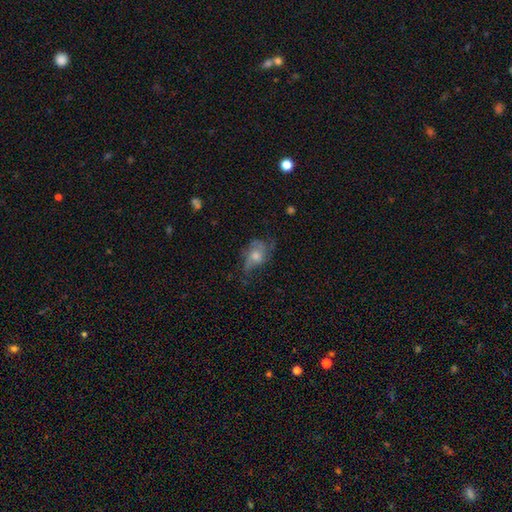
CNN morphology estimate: A featured or disk galaxy (52%).

Vote fractions:
- Smooth or featured? featured or disk: 52% / smooth: 38% / star or artifact: 10%
- Edge-on disk? no: 95% / yes: 5%
- Merging? none: 39% / major disturbance: 30% / minor disturbance: 29% / merger: 2%